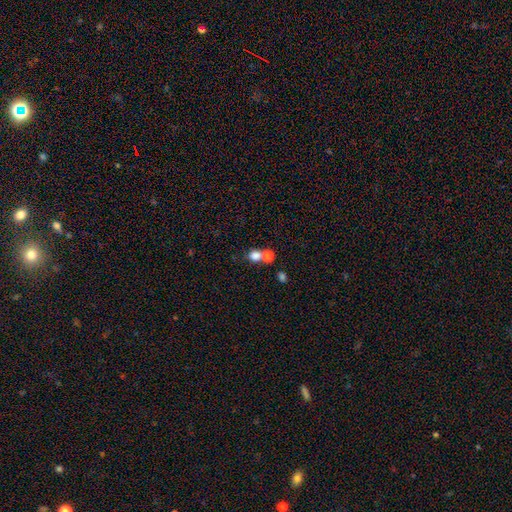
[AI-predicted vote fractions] A smooth galaxy with no disk features (79%) that is round (71%). Merging: merger (45%).